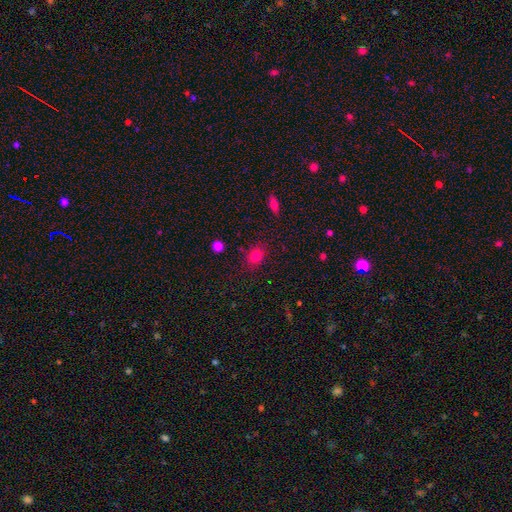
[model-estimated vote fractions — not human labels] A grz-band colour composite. It shows a smooth galaxy with no disk features (80%) that is round (50%). Merging: none (82%).